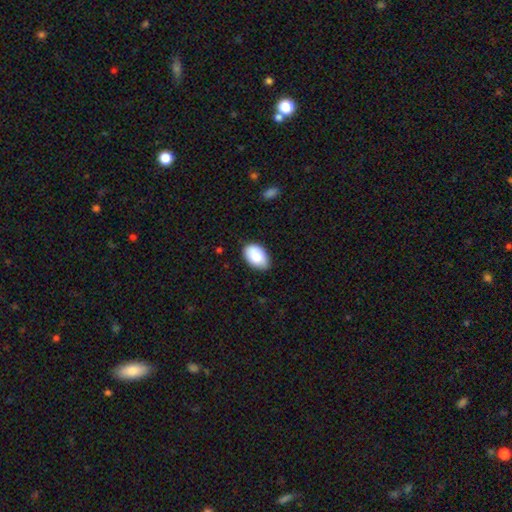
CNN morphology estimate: type=smooth (88%); roundness=in between (92%); merging=none (79%).